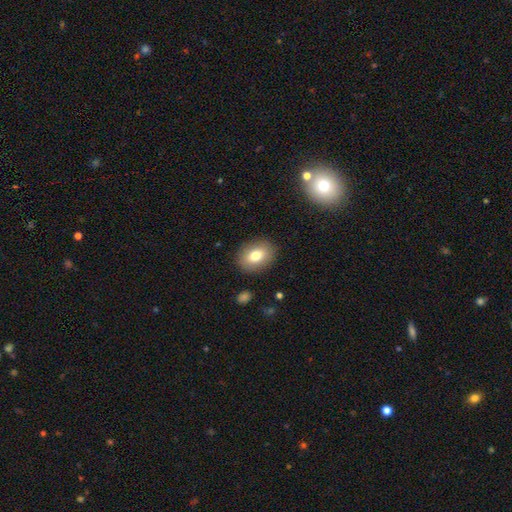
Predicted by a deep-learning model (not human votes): smooth_or_featured: smooth (p=0.77) [alt: featured or disk p=0.14]
how_rounded: in between (p=0.72) [alt: round p=0.27]
merging: none (p=0.87) [alt: minor disturbance p=0.09]